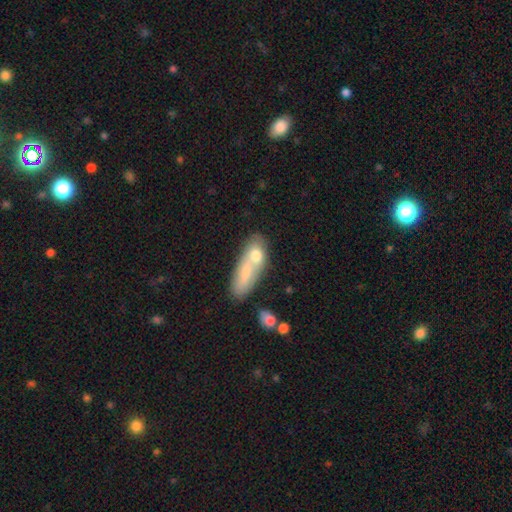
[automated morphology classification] This is likely a smooth galaxy (69%). How rounded: likely in between (67%). Merging: possibly merger (52%).